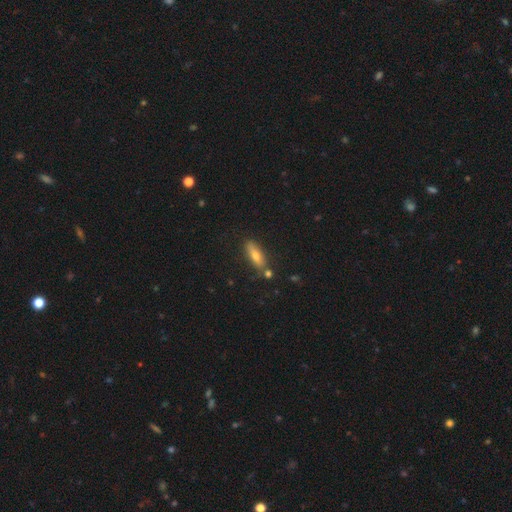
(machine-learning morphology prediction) type=smooth (61%); roundness=in between (50%); merging=none (75%).